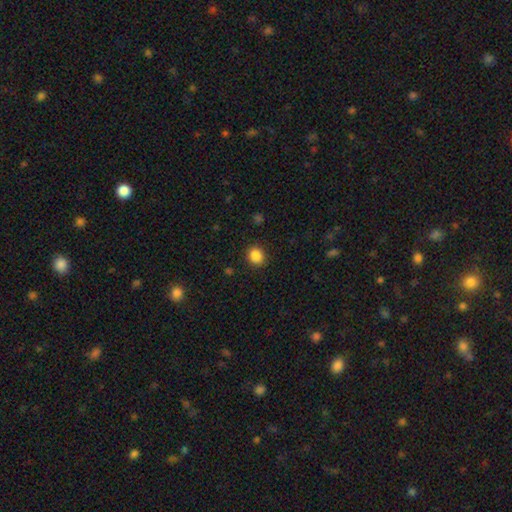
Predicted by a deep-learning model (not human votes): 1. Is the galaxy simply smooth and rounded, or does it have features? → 87% smooth, 10% star or artifact, 3% featured or disk.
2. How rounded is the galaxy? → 71% round, 28% in between, 1% cigar-shaped.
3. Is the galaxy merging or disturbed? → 90% none, 7% minor disturbance, 2% major disturbance, 1% merger.